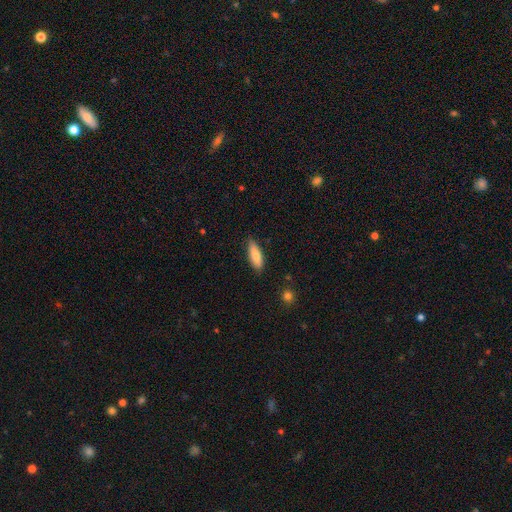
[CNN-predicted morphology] This appears to be a smooth galaxy with no disk features (80%) that is in between round and cigar-shaped (57%). Merging: none (83%).